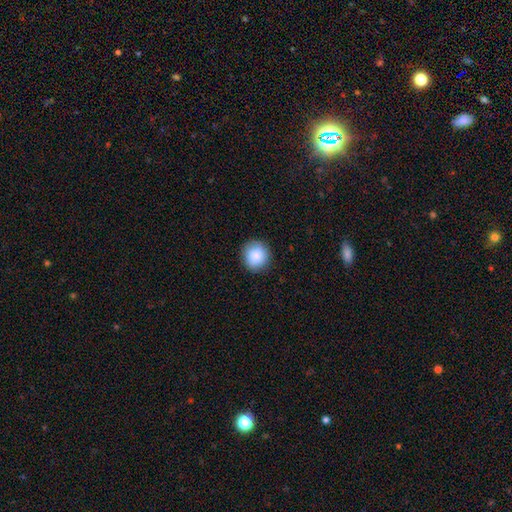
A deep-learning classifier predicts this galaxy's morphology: Smooth or featured? smooth (87%)
How rounded? round (91%)
Merging? none (88%)